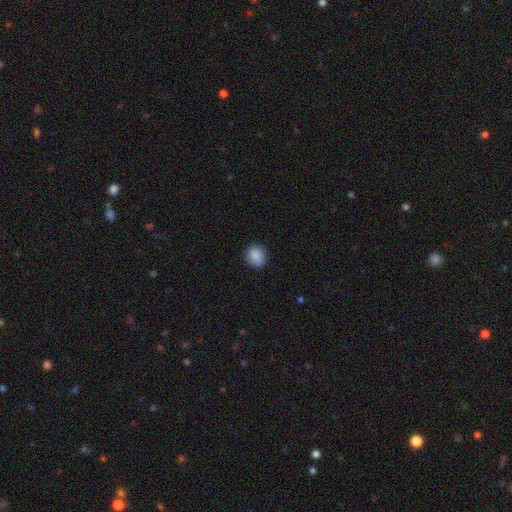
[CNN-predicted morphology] This appears to be a smooth galaxy with no disk features (88%) that is round (70%). Merging: none (86%).